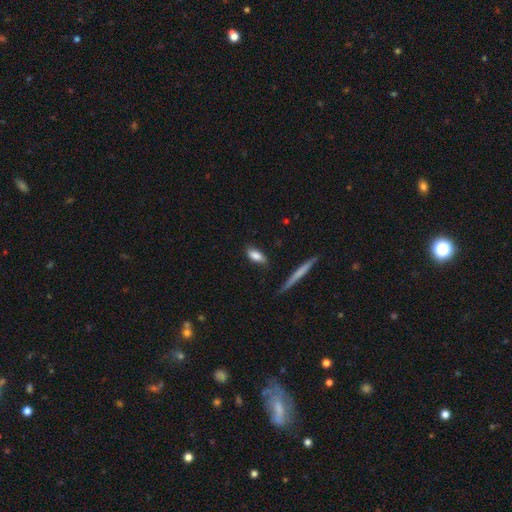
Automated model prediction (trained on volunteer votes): Overall: smooth (83%). How rounded: in between (77%). Merging: none (80%).